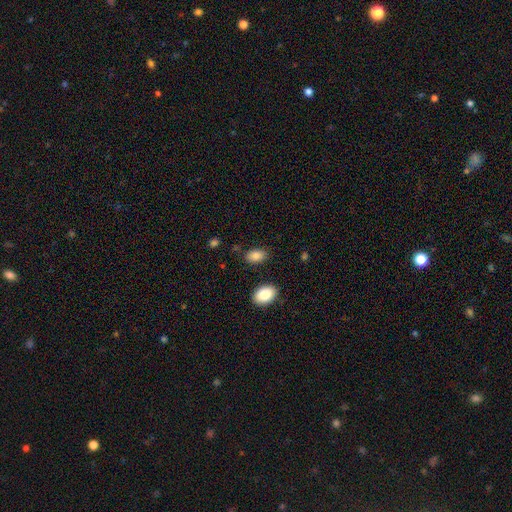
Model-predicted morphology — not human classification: smooth-or-featured: smooth: 86% | star or artifact: 8% | featured or disk: 6%
  how-rounded: in between: 89% | round: 9% | cigar-shaped: 1%
  merging: none: 83% | minor disturbance: 11% | merger: 3% | major disturbance: 3%